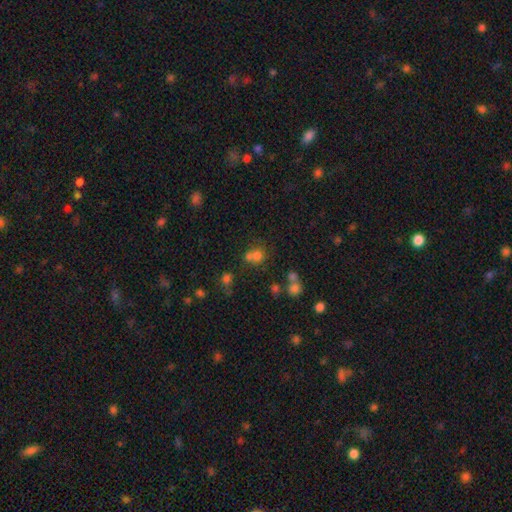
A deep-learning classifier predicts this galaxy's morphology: Smooth or featured: smooth — 69% (star or artifact — 18%)
How rounded: round — 74% (in between — 25%)
Merging: merger — 43% (none — 42%)